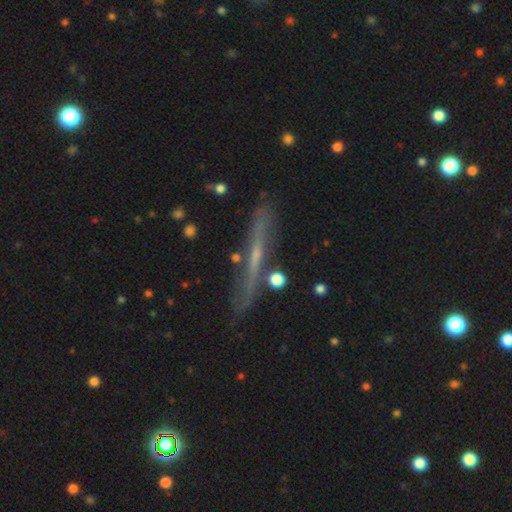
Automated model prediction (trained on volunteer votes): Overall: featured or disk (62%; smooth 30%). Edge-on disk: yes (89%). Edge-on bulge: none (66%; rounded 27%). Merging: none (74%).